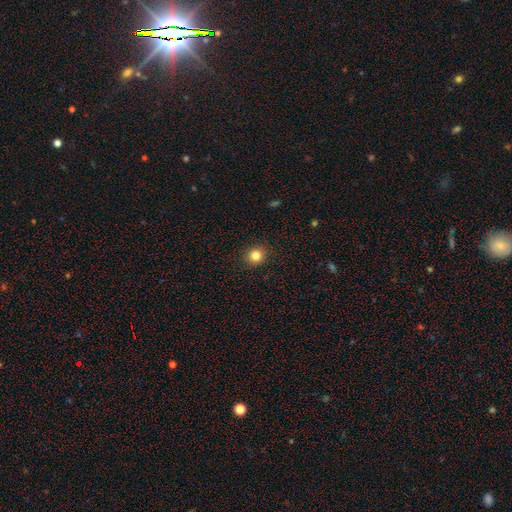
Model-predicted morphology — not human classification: Smooth or featured? smooth (83%)
How rounded? round (88%)
Merging? none (91%)